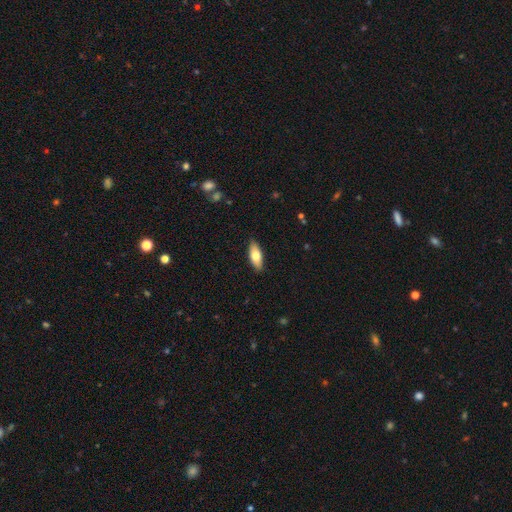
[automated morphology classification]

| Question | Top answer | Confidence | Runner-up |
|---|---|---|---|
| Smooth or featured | smooth | 71% | featured or disk (23%) |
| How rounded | in between | 77% | cigar-shaped (21%) |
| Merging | none | 88% | minor disturbance (9%) |